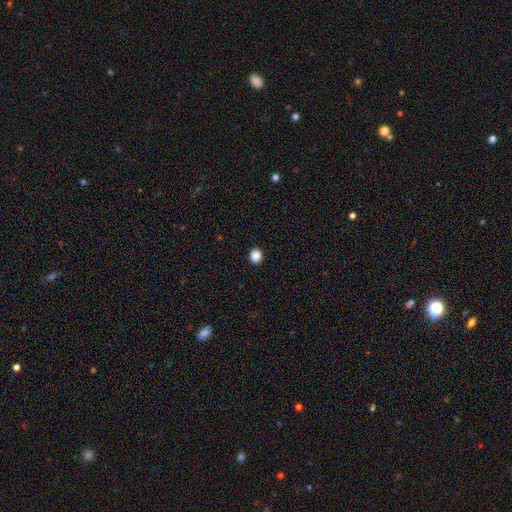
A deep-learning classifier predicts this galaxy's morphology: This appears to be a smooth galaxy with no disk features (87%) that is round (85%). Merging: none (93%).